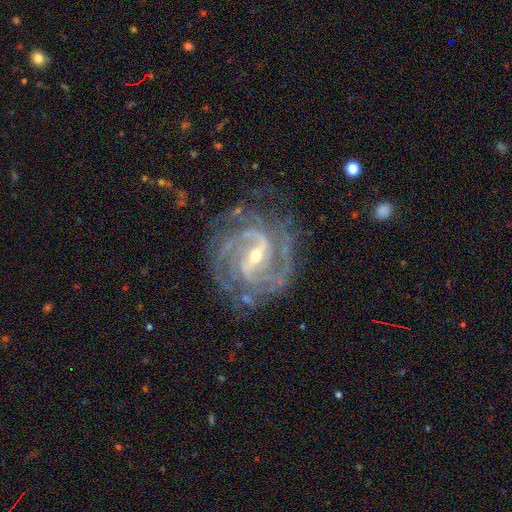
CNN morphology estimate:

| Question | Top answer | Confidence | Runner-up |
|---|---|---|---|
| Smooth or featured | featured or disk | 93% | star or artifact (4%) |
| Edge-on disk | no | 97% | yes (3%) |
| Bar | strong | 50% | weak (39%) |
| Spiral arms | yes | 98% | no (2%) |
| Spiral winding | tight | 54% | medium (40%) |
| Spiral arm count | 2 | 36% | 3 (24%) |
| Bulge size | small | 60% | moderate (37%) |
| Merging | none | 71% | minor disturbance (18%) |